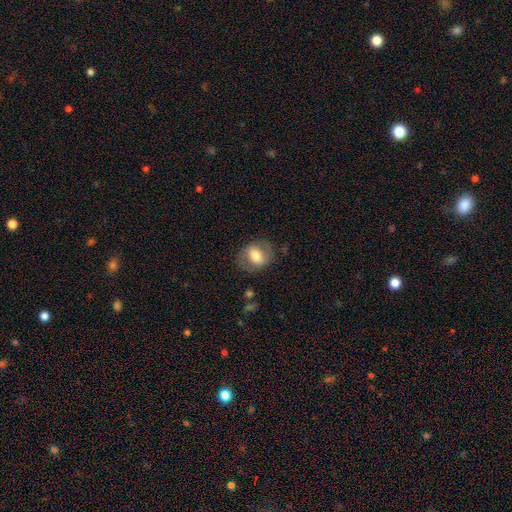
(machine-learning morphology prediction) A smooth galaxy with no disk features (49%).

Vote fractions:
- Smooth or featured? smooth: 49% / featured or disk: 43% / star or artifact: 8%
- Merging? none: 75% / minor disturbance: 15% / major disturbance: 8% / merger: 1%